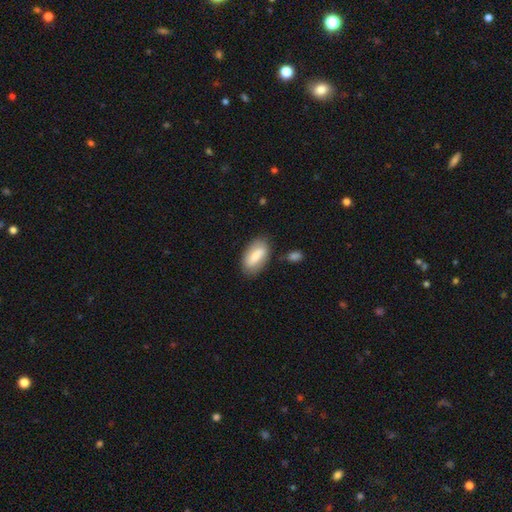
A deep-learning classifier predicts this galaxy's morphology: Smooth or featured? smooth (65%)
How rounded? in between (91%)
Merging? none (80%)